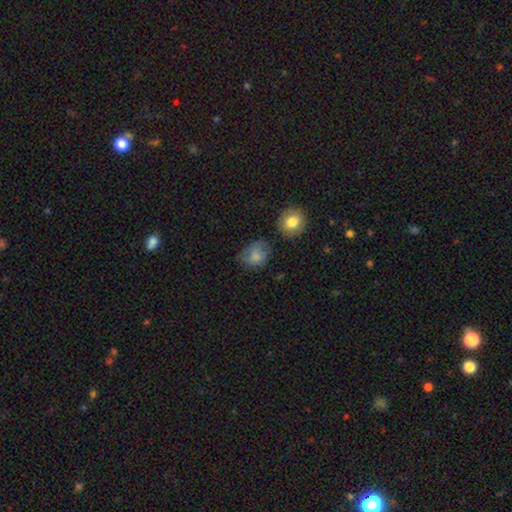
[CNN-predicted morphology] This appears to be a smooth galaxy with no disk features (79%) that is round (50%). Merging: none (53%).